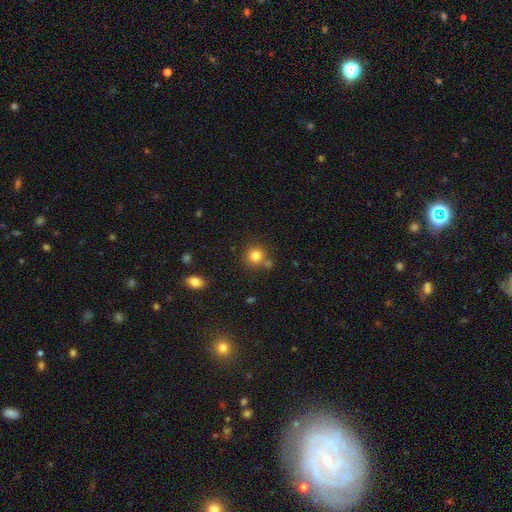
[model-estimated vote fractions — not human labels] smooth-or-featured: smooth: 81% | star or artifact: 12% | featured or disk: 7%
  how-rounded: round: 90% | in between: 9% | cigar-shaped: 1%
  merging: none: 71% | merger: 15% | minor disturbance: 10% | major disturbance: 3%